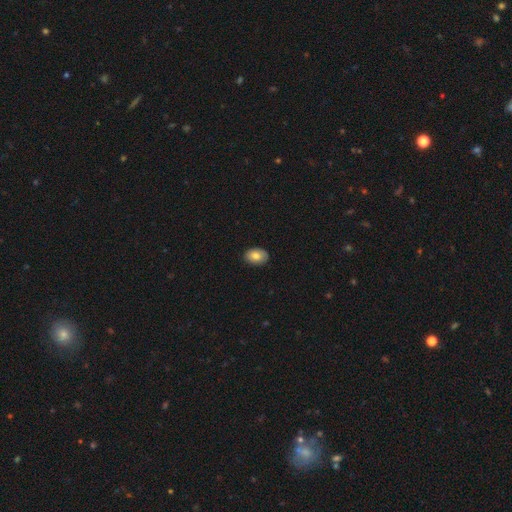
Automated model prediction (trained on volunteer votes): Smooth or featured? Predicted: smooth (p=0.82). How rounded? Predicted: in between (p=0.85). Merging? Predicted: none (p=0.88).